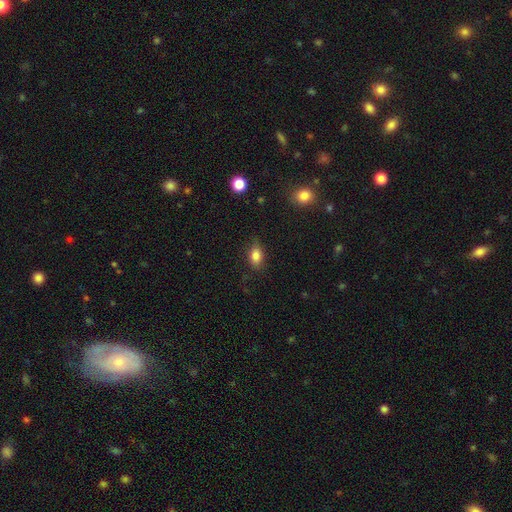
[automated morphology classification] A smooth galaxy with no disk features (81%) that is in between round and cigar-shaped (83%). Merging: none (78%).